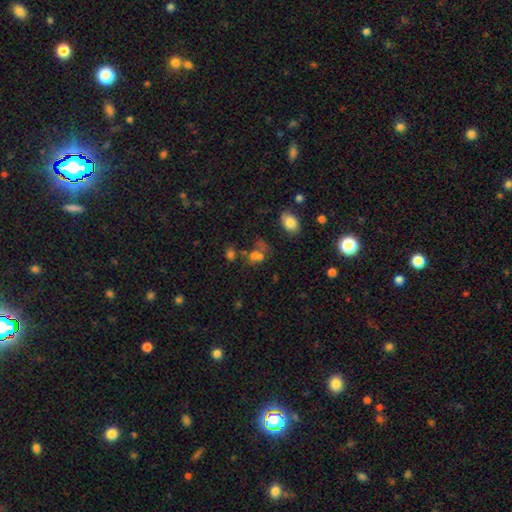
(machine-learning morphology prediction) This appears to be a smooth galaxy with no disk features (59%) that is round (51%). Merging: merger (44%).